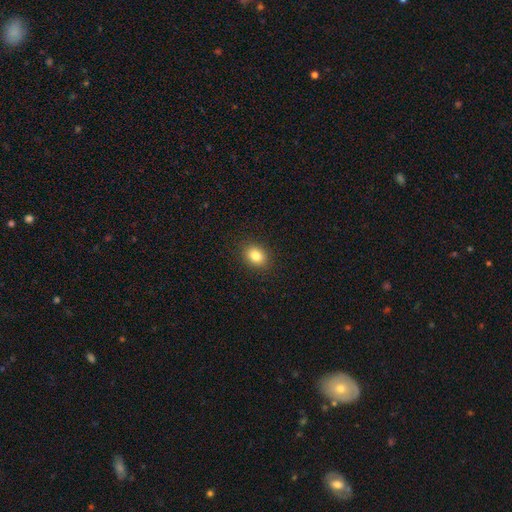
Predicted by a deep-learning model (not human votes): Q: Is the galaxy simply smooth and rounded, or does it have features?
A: smooth — 83%.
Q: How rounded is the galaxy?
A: in between — 57%.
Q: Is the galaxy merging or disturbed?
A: none — 90%.